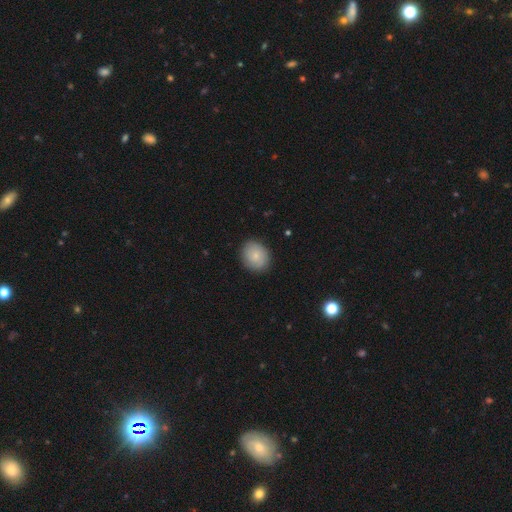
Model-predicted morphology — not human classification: Smooth or featured? smooth (81%)
How rounded? round (62%)
Merging? none (87%)